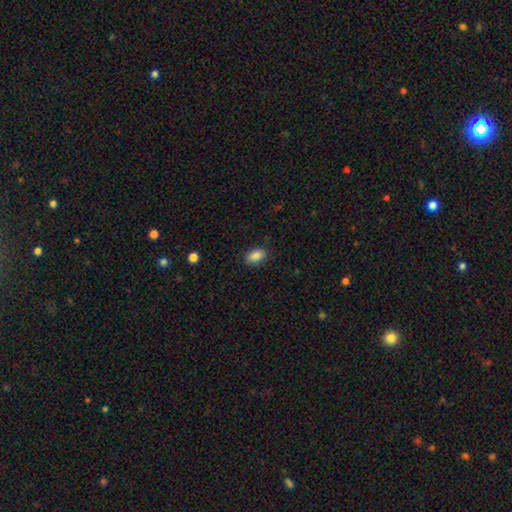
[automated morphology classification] A smooth galaxy with no disk features (88%) that is in between round and cigar-shaped (90%).

Vote fractions:
- Smooth or featured? smooth: 88% / star or artifact: 8% / featured or disk: 4%
- How rounded? in between: 90% / round: 7% / cigar-shaped: 2%
- Merging? none: 86% / minor disturbance: 10% / major disturbance: 2% / merger: 1%